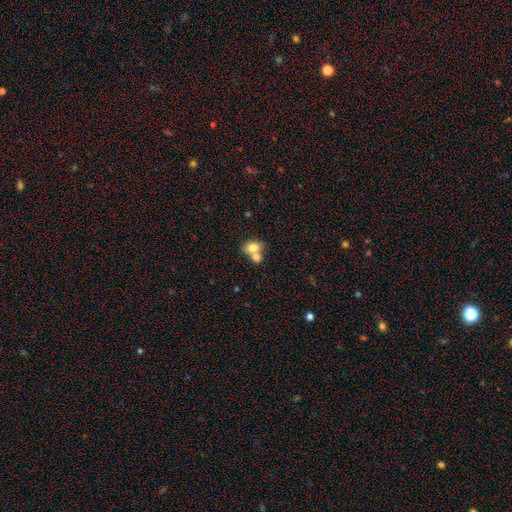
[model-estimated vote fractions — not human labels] Q: Smooth or featured?
A: smooth (76%); runner-up: featured or disk (16%)
Q: How rounded?
A: in between (64%); runner-up: round (35%)
Q: Merging?
A: merger (62%); runner-up: none (28%)